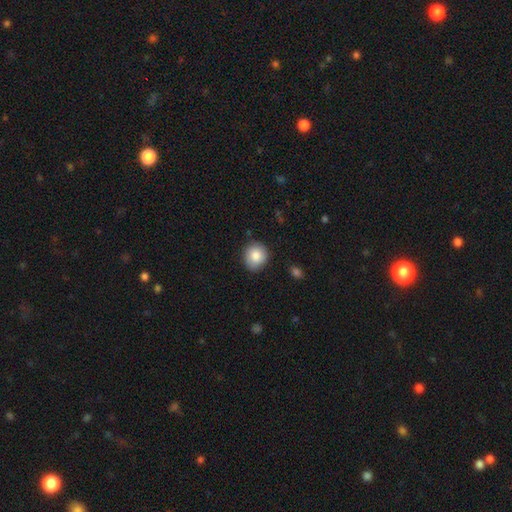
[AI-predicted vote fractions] smooth 85%, featured or disk 8%, star or artifact 7%. Down the decision tree: how rounded — round (81%); merging — none (84%).